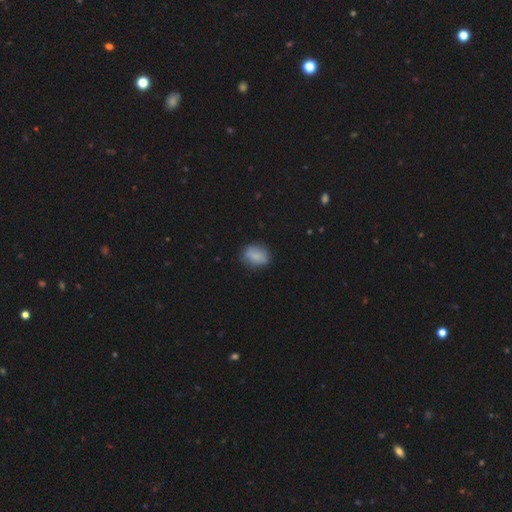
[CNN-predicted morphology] Smooth or featured? Predicted: smooth (p=0.81). How rounded? Predicted: in between (p=0.65). Merging? Predicted: none (p=0.75).